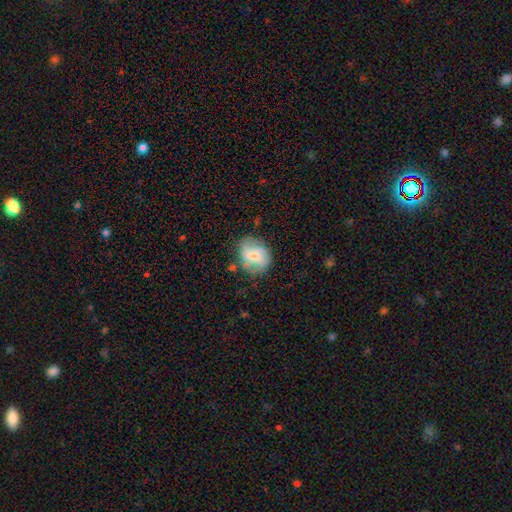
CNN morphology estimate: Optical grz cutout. It shows a smooth galaxy with no disk features (49%). Merging: none (62%).